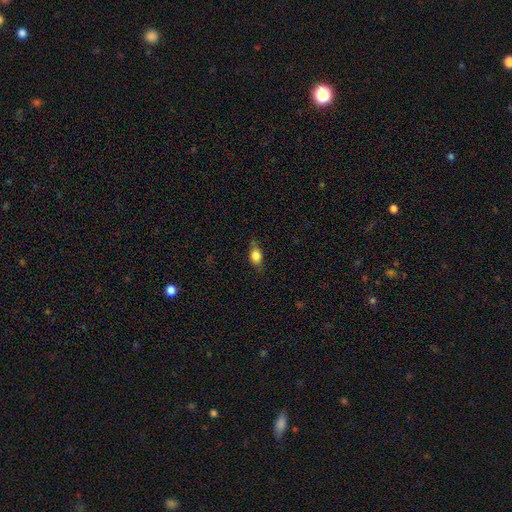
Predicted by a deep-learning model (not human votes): smooth 74%, featured or disk 17%, star or artifact 10%. Down the decision tree: how rounded — in between (68%); merging — none (72%).